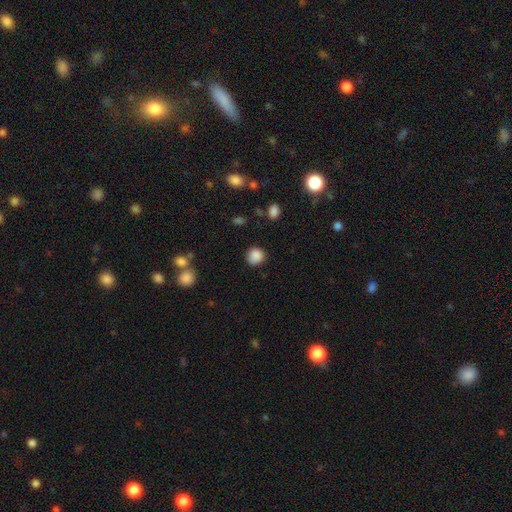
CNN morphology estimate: smooth-or-featured: smooth: 86% | star or artifact: 10% | featured or disk: 4%
  how-rounded: round: 86% | in between: 13% | cigar-shaped: 1%
  merging: none: 82% | minor disturbance: 13% | major disturbance: 3% | merger: 2%